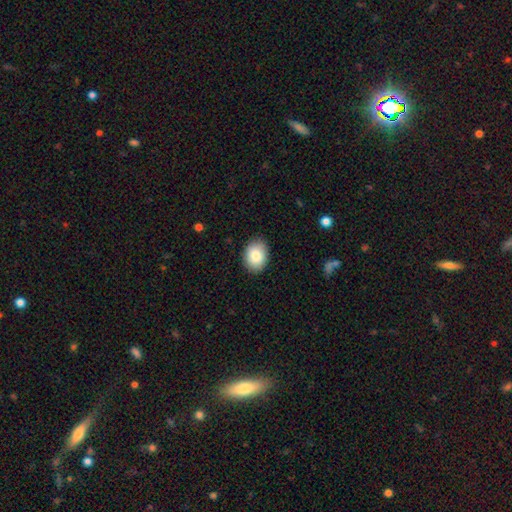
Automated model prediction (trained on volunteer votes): Smooth or featured: smooth — 86% (featured or disk — 7%)
How rounded: in between — 67% (round — 32%)
Merging: none — 87% (minor disturbance — 10%)